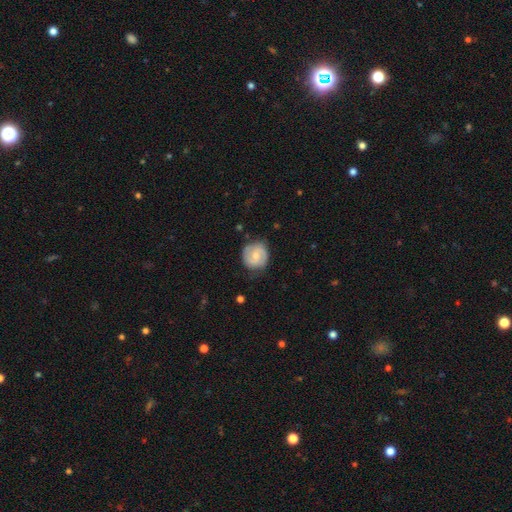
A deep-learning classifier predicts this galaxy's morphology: Overall: featured or disk (65%; smooth 29%). Edge-on disk: no (98%). Bar: no (51%; weak 41%). Spiral arms: yes (92%). Spiral arm count: 2 (83%). Spiral winding: tight (45%; medium 42%). Bulge size: small (49%; moderate 43%). Merging: none (74%).